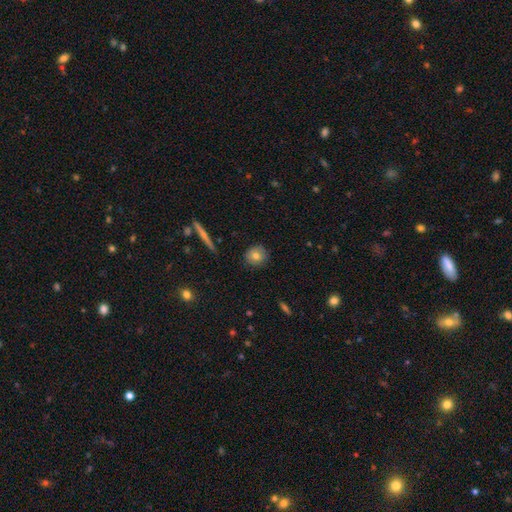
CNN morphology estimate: type=smooth (72%); roundness=round (87%); merging=none (87%).